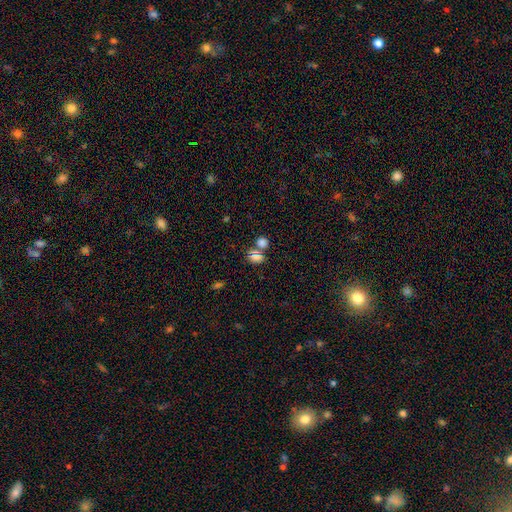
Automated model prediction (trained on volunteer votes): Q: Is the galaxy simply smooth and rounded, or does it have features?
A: smooth — 72%.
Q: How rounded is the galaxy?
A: in between — 53%.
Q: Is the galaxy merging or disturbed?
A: none — 47%.